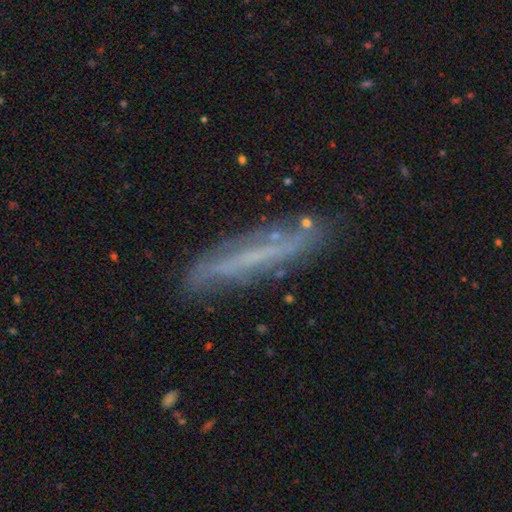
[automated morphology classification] Q: Smooth or featured?
A: featured or disk (61%); runner-up: smooth (29%)
Q: Edge-on disk?
A: yes (63%); runner-up: no (37%)
Q: Merging?
A: none (75%); runner-up: minor disturbance (17%)